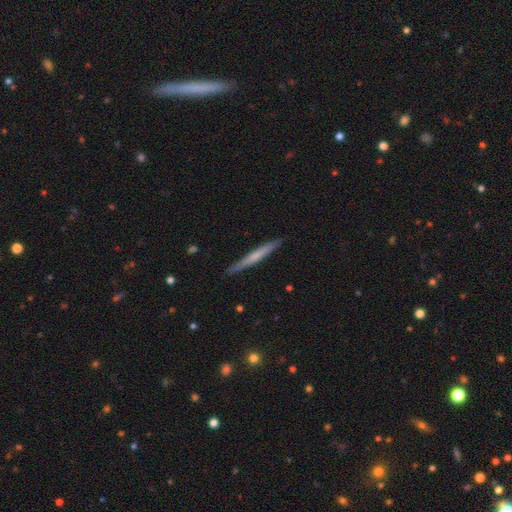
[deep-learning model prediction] Smooth or featured?
  - smooth: 48% *
  - featured or disk: 47%
  - star or artifact: 5%
Merging?
  - none: 90% *
  - minor disturbance: 8%
  - major disturbance: 1%
  - merger: 1%